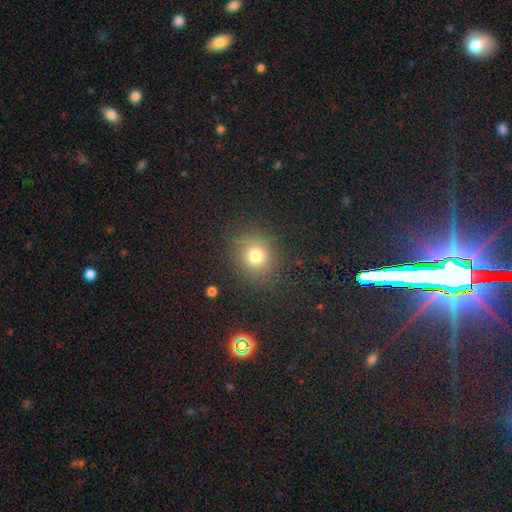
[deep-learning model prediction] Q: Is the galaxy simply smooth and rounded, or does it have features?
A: smooth — 75%.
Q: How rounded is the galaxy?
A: round — 73%.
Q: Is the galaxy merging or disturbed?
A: none — 86%.